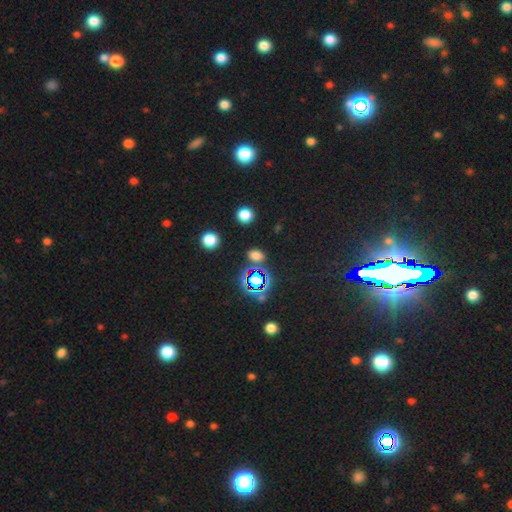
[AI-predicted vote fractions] Smooth or featured? smooth (51%)
How rounded? in between (55%)
Merging? none (82%)